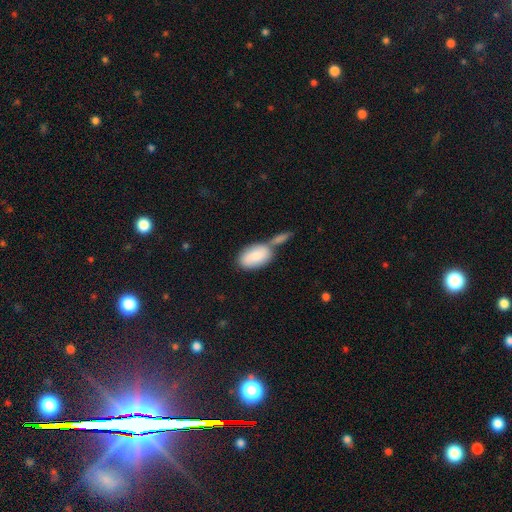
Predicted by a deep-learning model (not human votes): smooth-or-featured: smooth: 84% | featured or disk: 10% | star or artifact: 5%
  how-rounded: in between: 94% | round: 4% | cigar-shaped: 2%
  merging: merger: 42% | none: 39% | minor disturbance: 13% | major disturbance: 6%